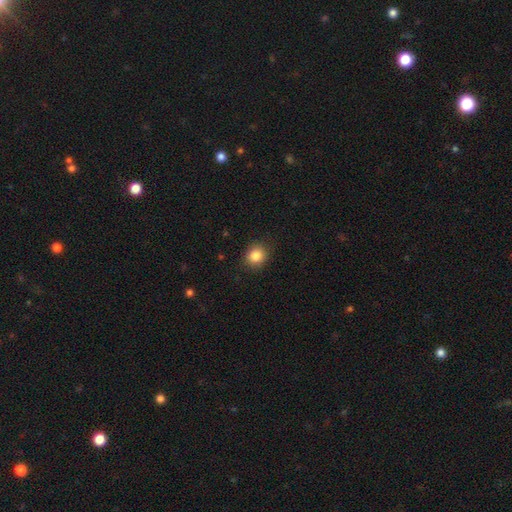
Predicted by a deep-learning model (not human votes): Smooth or featured? Predicted: smooth (p=0.85). How rounded? Predicted: round (p=0.73). Merging? Predicted: none (p=0.87).